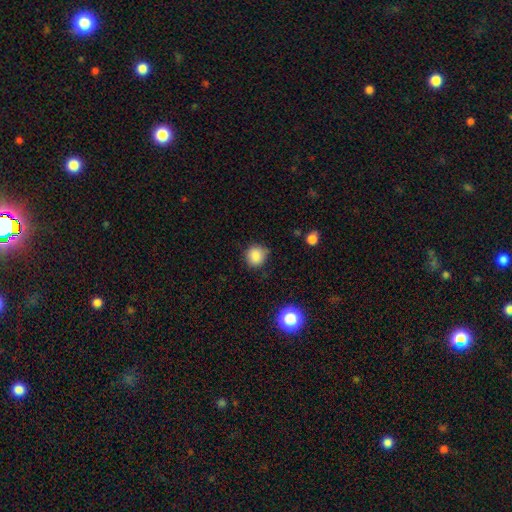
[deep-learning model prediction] Smooth or featured: smooth — 85% (star or artifact — 10%)
How rounded: round — 87% (in between — 12%)
Merging: none — 72% (minor disturbance — 22%)